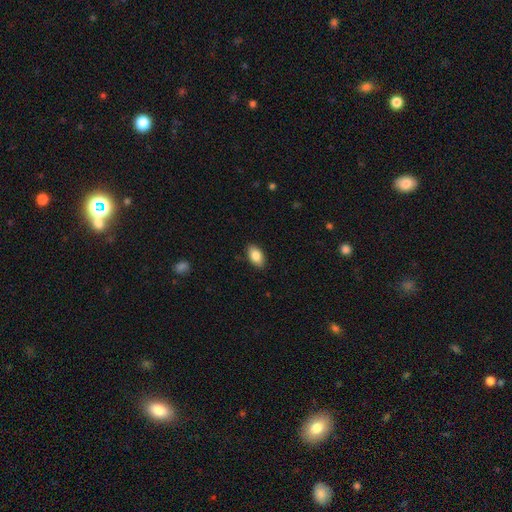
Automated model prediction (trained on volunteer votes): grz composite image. It shows a smooth galaxy with no disk features (85%) that is in between round and cigar-shaped (92%). Merging: none (88%).